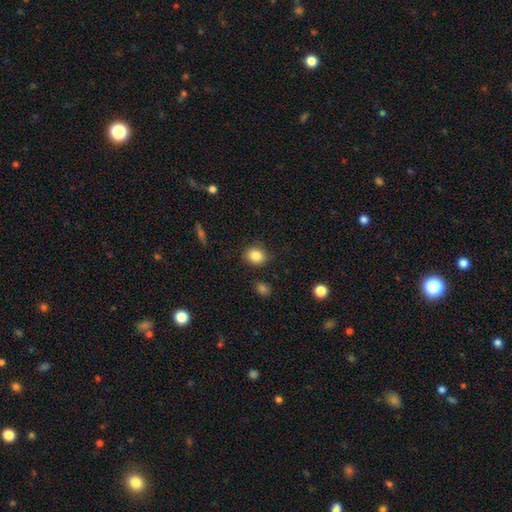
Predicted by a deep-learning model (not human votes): Smooth or featured: smooth — 85% (star or artifact — 9%)
How rounded: round — 64% (in between — 35%)
Merging: none — 85% (minor disturbance — 11%)